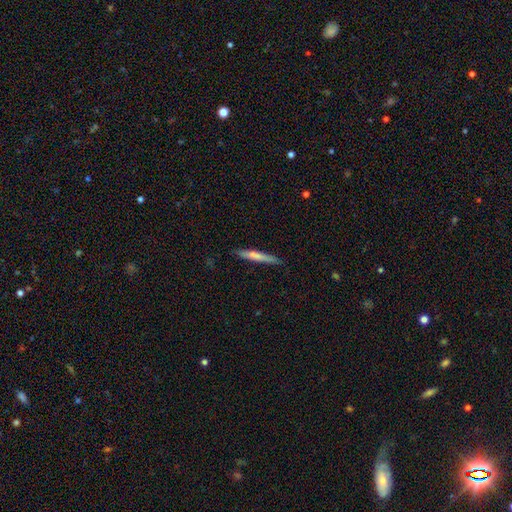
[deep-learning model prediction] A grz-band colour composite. It shows a smooth galaxy with no disk features (60%) that is cigar-shaped (94%). Merging: none (85%).